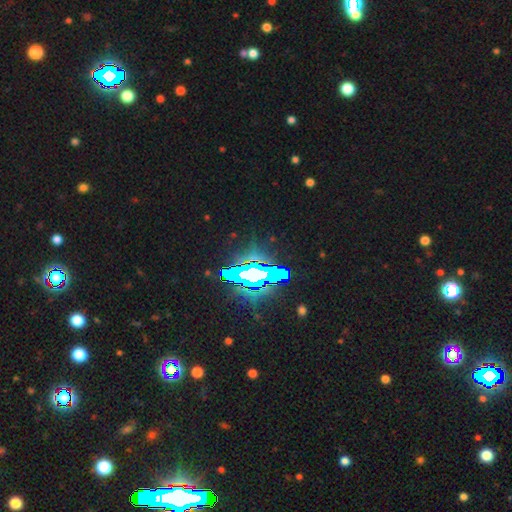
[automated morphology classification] Q: Smooth or featured?
A: star or artifact (72%); runner-up: smooth (16%)